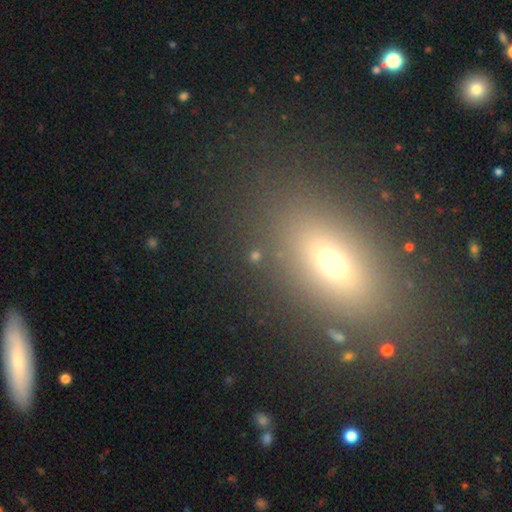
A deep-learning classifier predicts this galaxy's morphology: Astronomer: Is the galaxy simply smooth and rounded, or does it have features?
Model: smooth — 56%.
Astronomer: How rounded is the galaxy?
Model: in between — 56% (runner-up: round, 35%).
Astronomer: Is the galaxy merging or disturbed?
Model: none — 81%.